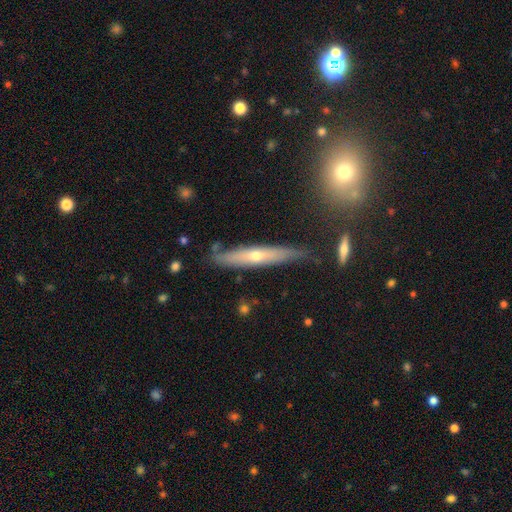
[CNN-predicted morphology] Smooth or featured? featured or disk (58%)
Edge-on disk? yes (84%)
Merging? none (76%)